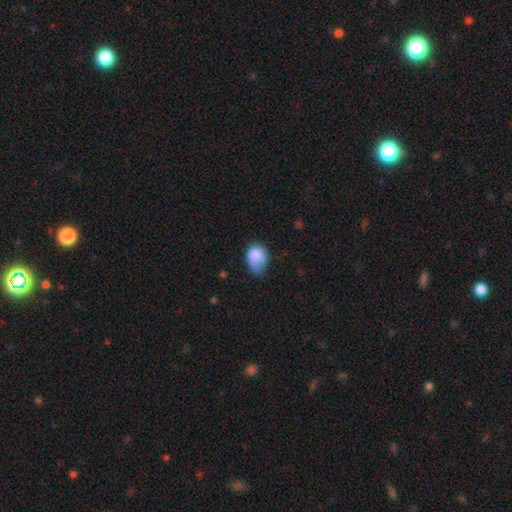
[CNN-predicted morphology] smooth 82%, featured or disk 10%, star or artifact 8%. Down the decision tree: how rounded — in between (75%); merging — minor disturbance (44%).